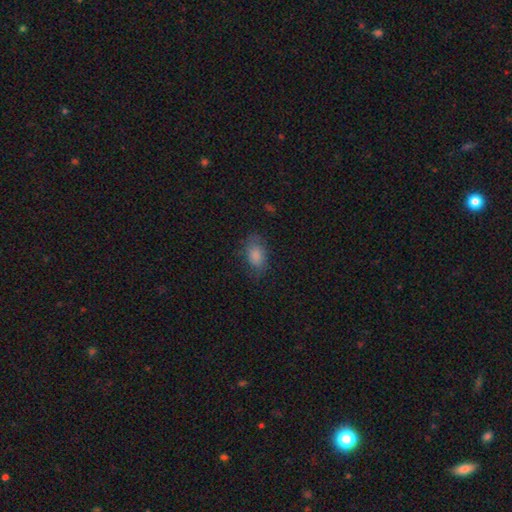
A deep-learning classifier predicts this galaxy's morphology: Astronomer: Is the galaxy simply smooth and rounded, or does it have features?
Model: smooth — 78%.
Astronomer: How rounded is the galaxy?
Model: in between — 86%.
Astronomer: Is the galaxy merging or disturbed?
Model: none — 70%.